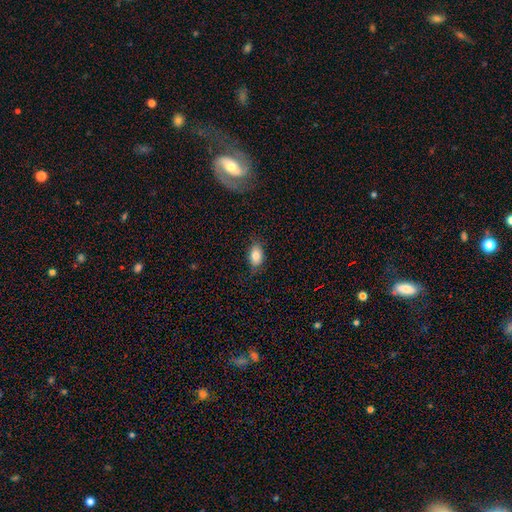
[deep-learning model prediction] smooth_or_featured: smooth (p=0.82) [alt: featured or disk p=0.10]
how_rounded: in between (p=0.88) [alt: round p=0.10]
merging: none (p=0.75) [alt: minor disturbance p=0.19]